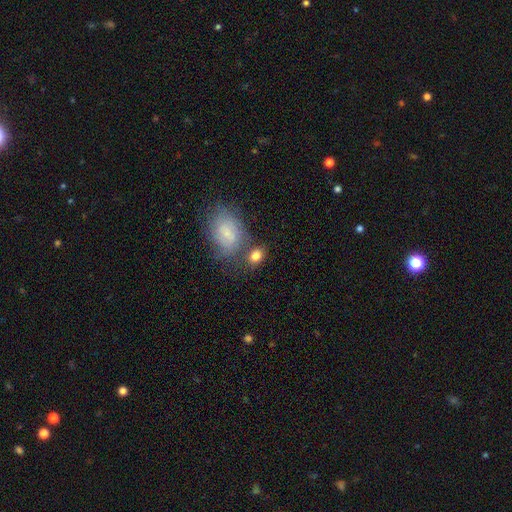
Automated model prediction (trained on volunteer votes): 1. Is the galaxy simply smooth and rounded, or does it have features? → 76% smooth, 16% featured or disk, 8% star or artifact.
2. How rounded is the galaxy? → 64% in between, 34% round, 2% cigar-shaped.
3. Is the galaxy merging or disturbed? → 62% none, 18% merger, 15% minor disturbance, 6% major disturbance.